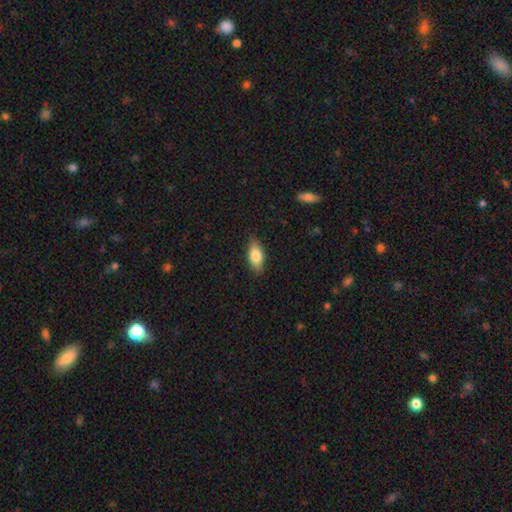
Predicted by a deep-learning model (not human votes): Morphology: type=smooth (79%); roundness=in between (84%); merging=none (86%).